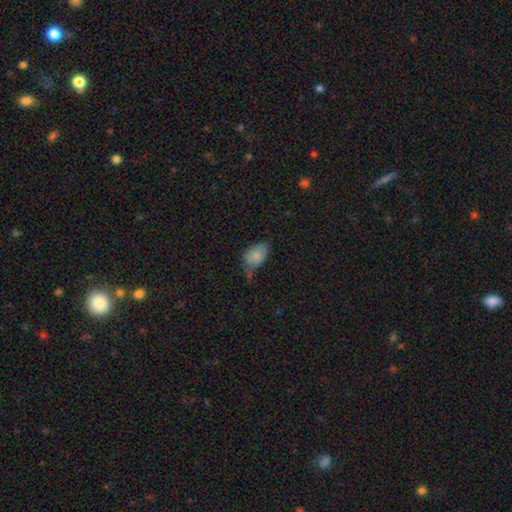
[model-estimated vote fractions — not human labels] Smooth or featured?
  - smooth: 83% *
  - featured or disk: 9%
  - star or artifact: 8%
How rounded?
  - in between: 91% *
  - round: 7%
  - cigar-shaped: 2%
Merging?
  - none: 44% *
  - minor disturbance: 40%
  - major disturbance: 11%
  - merger: 5%